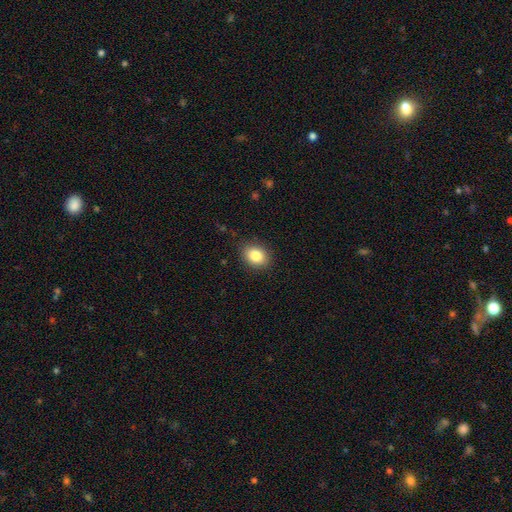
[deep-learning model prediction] A smooth galaxy with no disk features (84%) that is in between round and cigar-shaped (63%). Merging: none (87%).